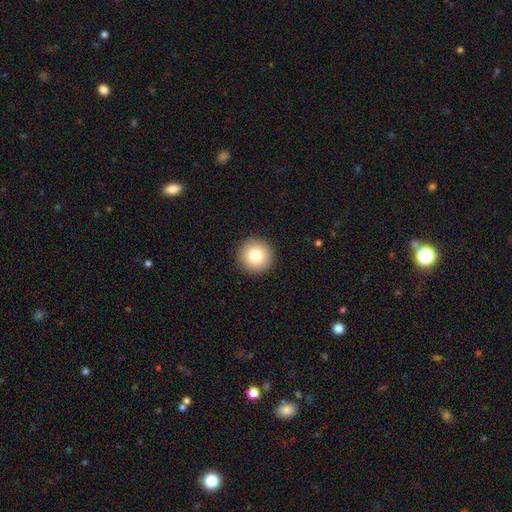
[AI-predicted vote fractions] Smooth or featured?
  - smooth: 81% *
  - featured or disk: 10%
  - star or artifact: 10%
How rounded?
  - round: 96% *
  - in between: 3%
  - cigar-shaped: 1%
Merging?
  - none: 93% *
  - minor disturbance: 5%
  - major disturbance: 2%
  - merger: 1%